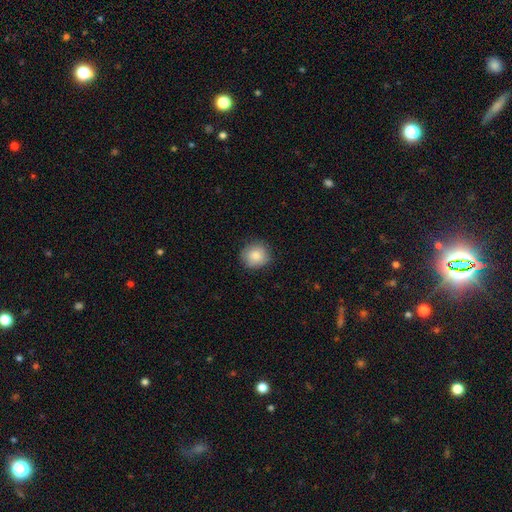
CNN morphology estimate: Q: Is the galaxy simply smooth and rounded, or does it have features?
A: smooth — 85%.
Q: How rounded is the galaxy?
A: round — 88%.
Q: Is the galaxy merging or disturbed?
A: none — 85%.